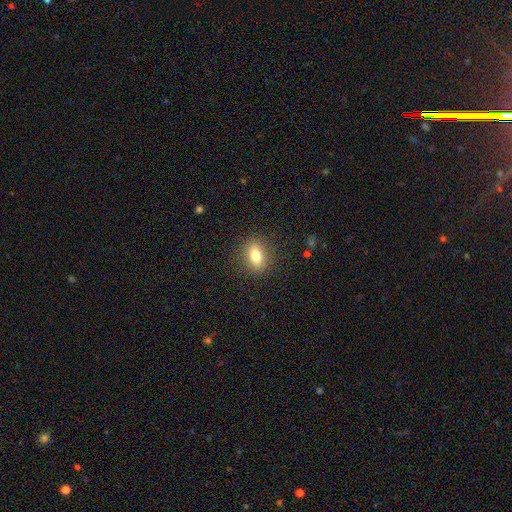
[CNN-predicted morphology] The model was most divided on "how rounded": in between: 67%, round: 30%, cigar-shaped: 3%. More confident: merging — none (87%); smooth or featured — smooth (78%).